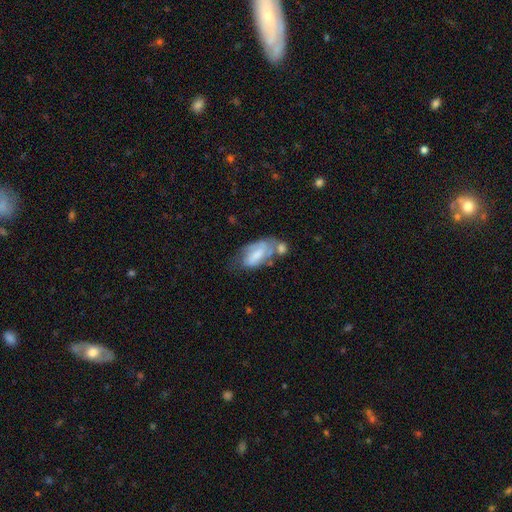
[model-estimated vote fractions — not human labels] The model was most divided on "merging": none: 34%, merger: 25%, minor disturbance: 25%, major disturbance: 16%. More confident: edge-on disk — no (92%); smooth or featured — featured or disk (51%).